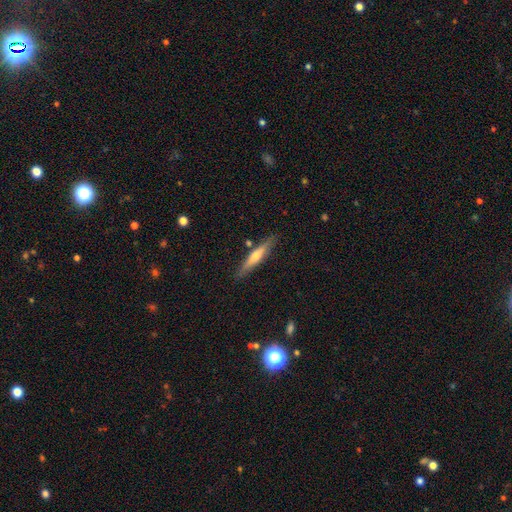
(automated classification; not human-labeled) smooth_or_featured: featured or disk (p=0.57) [alt: smooth p=0.36]
disk_edge_on: yes (p=0.95) [alt: no p=0.05]
edge_on_bulge: rounded (p=0.83) [alt: none p=0.13]
merging: none (p=0.86) [alt: minor disturbance p=0.09]